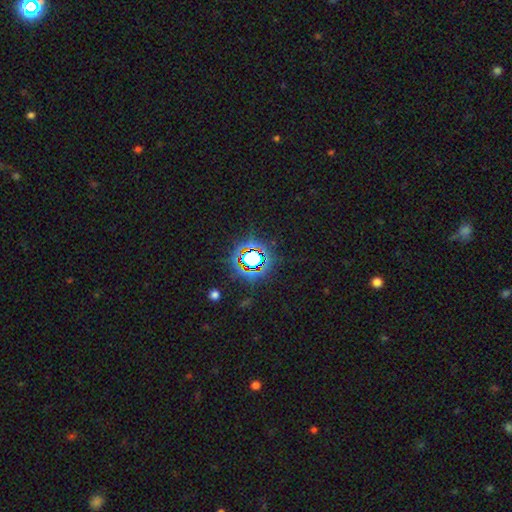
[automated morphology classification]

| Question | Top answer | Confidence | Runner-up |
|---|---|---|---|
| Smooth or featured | star or artifact | 71% | smooth (18%) |